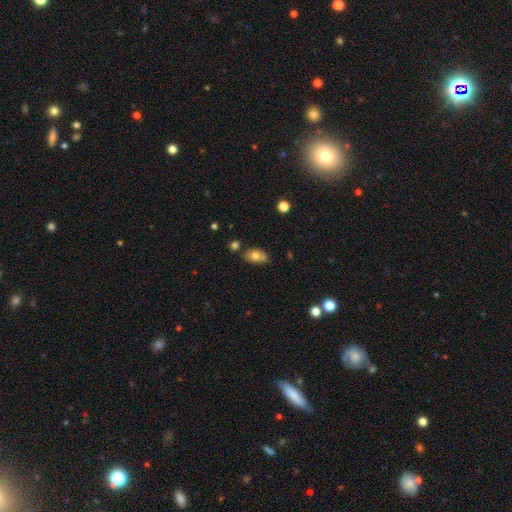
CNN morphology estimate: A smooth galaxy with no disk features (75%) that is in between round and cigar-shaped (81%).

Vote fractions:
- Smooth or featured? smooth: 75% / featured or disk: 16% / star or artifact: 10%
- How rounded? in between: 81% / round: 17% / cigar-shaped: 2%
- Merging? none: 60% / minor disturbance: 20% / merger: 16% / major disturbance: 5%